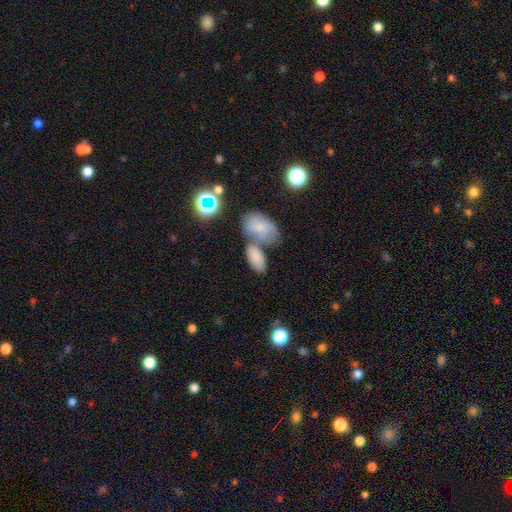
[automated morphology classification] Smooth or featured? smooth (70%)
How rounded? in between (89%)
Merging? none (42%)